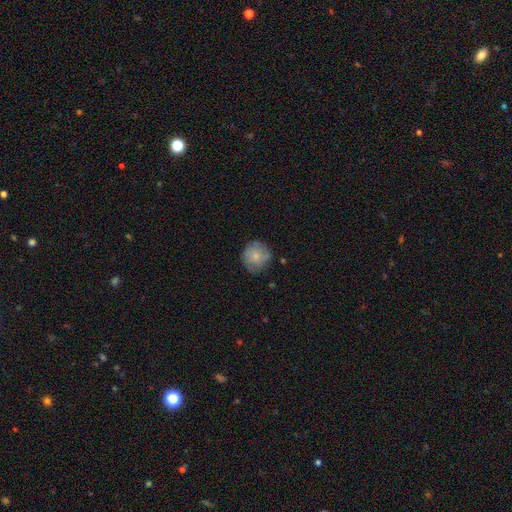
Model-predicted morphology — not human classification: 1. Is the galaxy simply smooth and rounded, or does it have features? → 74% smooth, 19% featured or disk, 7% star or artifact.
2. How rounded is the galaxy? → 91% round, 8% in between, 1% cigar-shaped.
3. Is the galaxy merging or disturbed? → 73% none, 20% minor disturbance, 5% major disturbance, 2% merger.